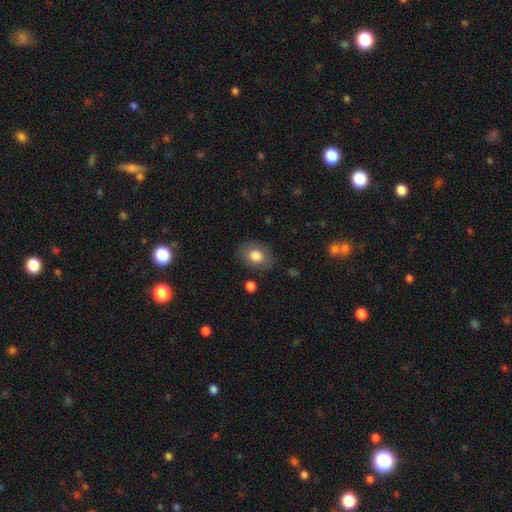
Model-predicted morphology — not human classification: A smooth galaxy with no disk features (78%) that is in between round and cigar-shaped (64%).

Vote fractions:
- Smooth or featured? smooth: 78% / featured or disk: 14% / star or artifact: 8%
- How rounded? in between: 64% / round: 36% / cigar-shaped: 1%
- Merging? none: 82% / minor disturbance: 12% / major disturbance: 4% / merger: 2%